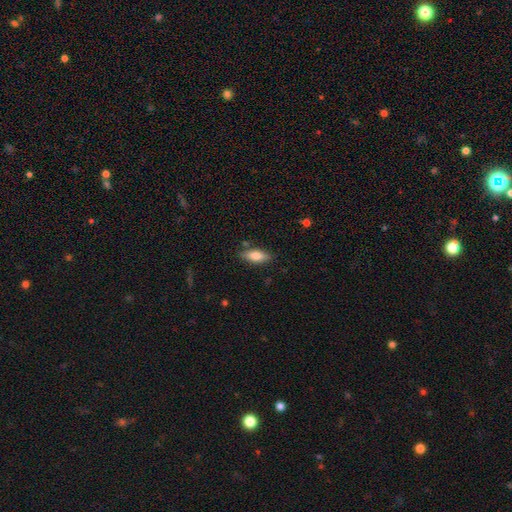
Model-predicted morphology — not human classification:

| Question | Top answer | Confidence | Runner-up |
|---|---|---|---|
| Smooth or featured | smooth | 73% | featured or disk (20%) |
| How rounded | in between | 70% | cigar-shaped (27%) |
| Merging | none | 81% | minor disturbance (13%) |